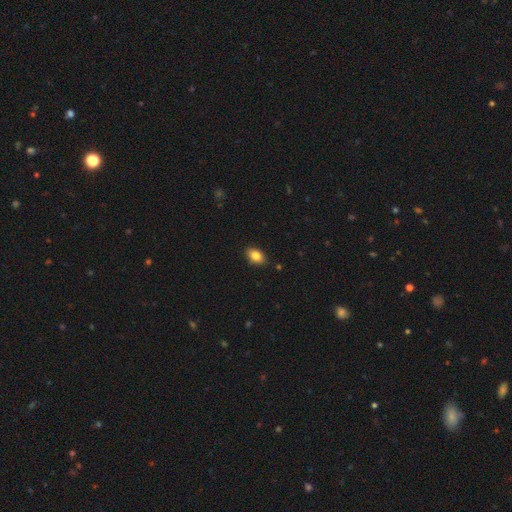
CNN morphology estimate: A smooth galaxy with no disk features (83%) that is in between round and cigar-shaped (85%).

Vote fractions:
- Smooth or featured? smooth: 83% / star or artifact: 8% / featured or disk: 8%
- How rounded? in between: 85% / round: 13% / cigar-shaped: 2%
- Merging? none: 88% / minor disturbance: 9% / major disturbance: 2% / merger: 1%